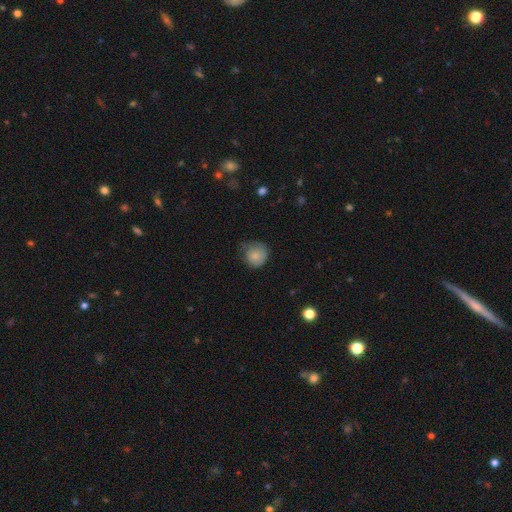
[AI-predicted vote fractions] smooth-or-featured: smooth: 82% | featured or disk: 9% | star or artifact: 8%
  how-rounded: round: 86% | in between: 13% | cigar-shaped: 1%
  merging: none: 50% | minor disturbance: 36% | major disturbance: 12% | merger: 2%